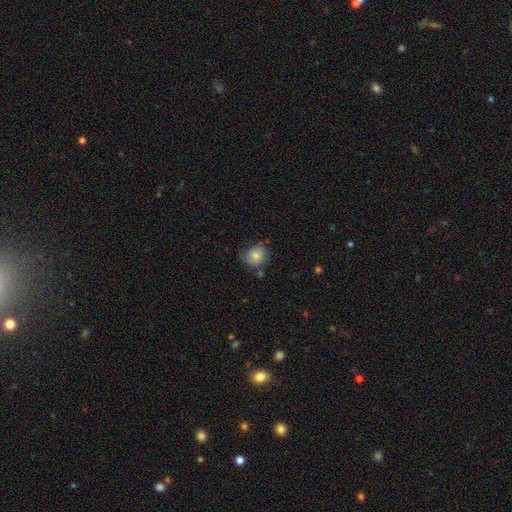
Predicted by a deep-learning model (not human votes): smooth-or-featured: smooth: 76% | featured or disk: 16% | star or artifact: 9%
  how-rounded: round: 77% | in between: 22% | cigar-shaped: 1%
  merging: none: 63% | minor disturbance: 24% | major disturbance: 7% | merger: 5%